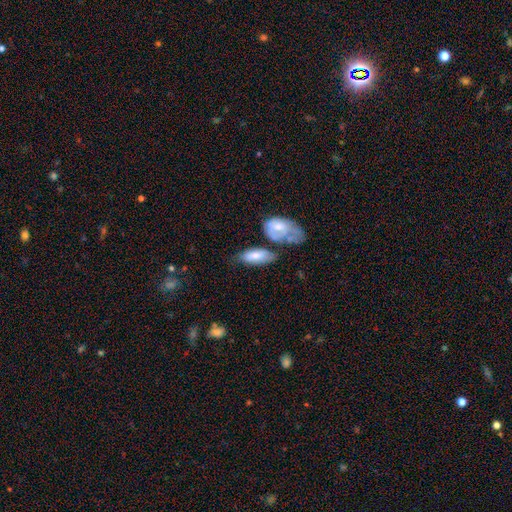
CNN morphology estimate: This is likely a smooth galaxy (73%). How rounded: clearly in between (83%). Merging: marginally none (38%).